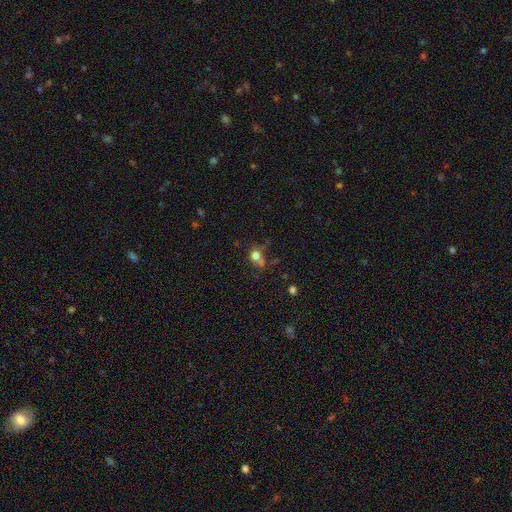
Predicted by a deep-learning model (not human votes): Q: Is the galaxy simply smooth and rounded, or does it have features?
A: smooth — 75%.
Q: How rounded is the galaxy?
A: round — 67%.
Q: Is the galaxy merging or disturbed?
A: none — 46%.